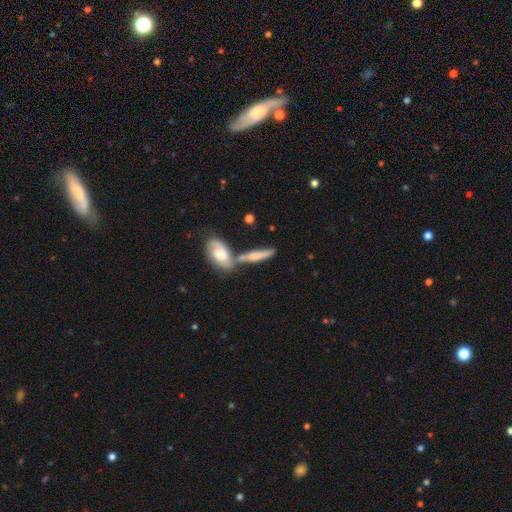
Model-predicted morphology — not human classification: smooth-or-featured: smooth: 54% | featured or disk: 39% | star or artifact: 7%
  how-rounded: cigar-shaped: 67% | in between: 29% | round: 4%
  merging: none: 44% | merger: 38% | minor disturbance: 12% | major disturbance: 5%